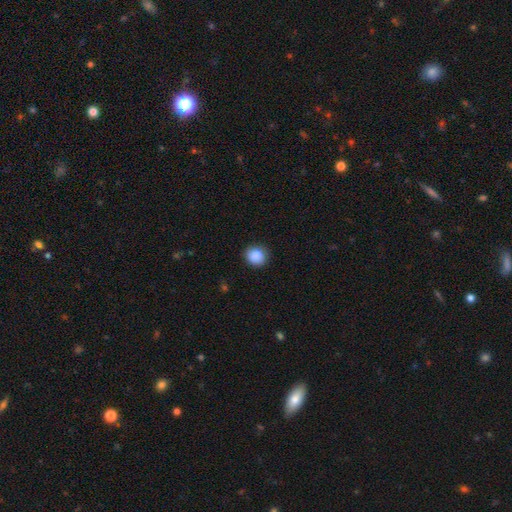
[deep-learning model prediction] Q: Smooth or featured?
A: smooth (88%); runner-up: star or artifact (9%)
Q: How rounded?
A: round (84%); runner-up: in between (15%)
Q: Merging?
A: none (87%); runner-up: minor disturbance (10%)